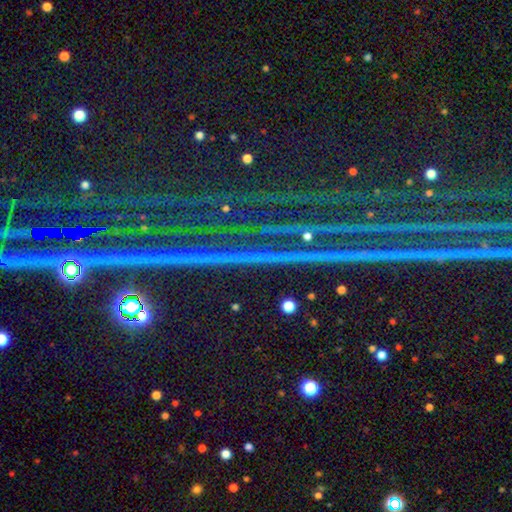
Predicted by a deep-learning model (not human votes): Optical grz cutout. It shows a star or artifact, not a galaxy (86%).